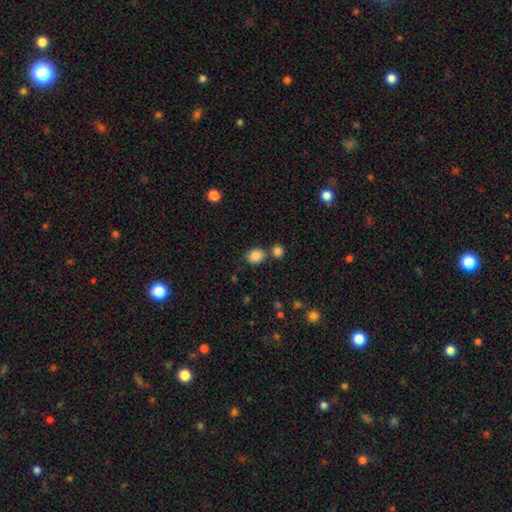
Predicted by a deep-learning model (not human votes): smooth 86%, star or artifact 10%, featured or disk 4%. Down the decision tree: how rounded — round (50%); merging — none (64%).